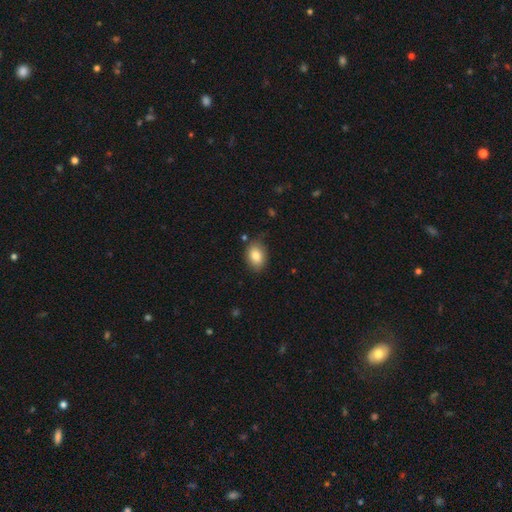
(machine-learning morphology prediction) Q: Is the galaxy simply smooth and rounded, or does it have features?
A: smooth — 85%.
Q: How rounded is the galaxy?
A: in between — 81%.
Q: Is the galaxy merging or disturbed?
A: none — 83%.